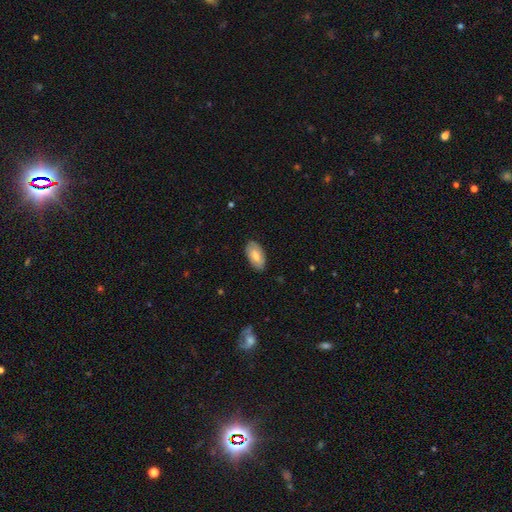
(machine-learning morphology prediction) Smooth or featured? smooth (70%)
How rounded? in between (95%)
Merging? none (85%)